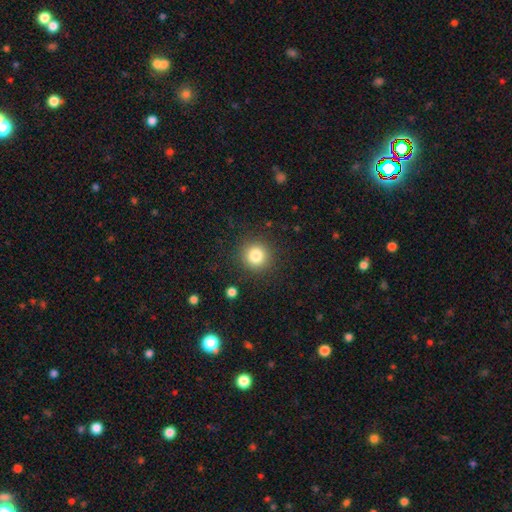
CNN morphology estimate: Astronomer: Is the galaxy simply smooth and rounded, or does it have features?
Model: smooth — 82%.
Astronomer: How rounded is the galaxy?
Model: round — 93%.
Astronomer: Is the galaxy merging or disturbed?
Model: none — 89%.